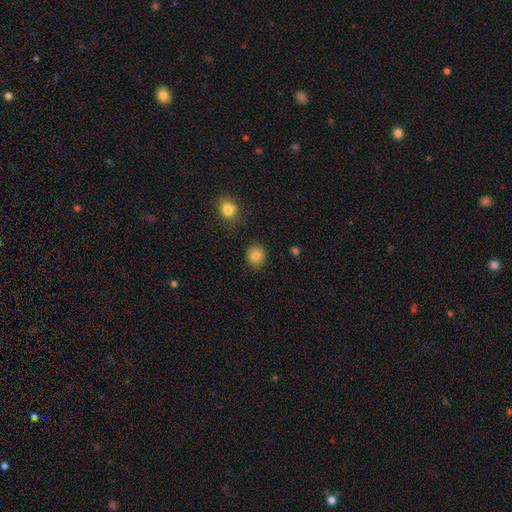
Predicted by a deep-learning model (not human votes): smooth-or-featured: smooth: 84% | star or artifact: 10% | featured or disk: 6%
  how-rounded: round: 74% | in between: 25% | cigar-shaped: 1%
  merging: none: 85% | minor disturbance: 10% | major disturbance: 2% | merger: 2%